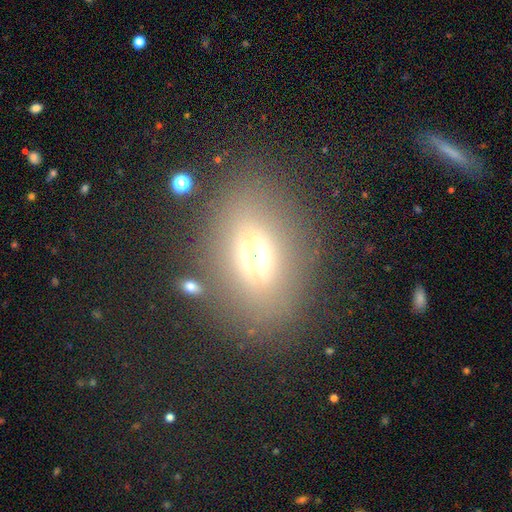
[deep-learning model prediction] A smooth galaxy with no disk features (54%) that is in between round and cigar-shaped (64%).

Vote fractions:
- Smooth or featured? smooth: 54% / featured or disk: 24% / star or artifact: 22%
- How rounded? in between: 64% / round: 32% / cigar-shaped: 4%
- Merging? none: 77% / minor disturbance: 12% / major disturbance: 7% / merger: 4%